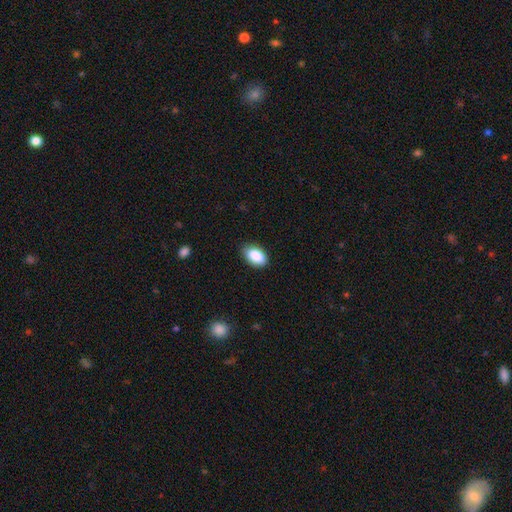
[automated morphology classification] smooth 88%, star or artifact 7%, featured or disk 5%. Down the decision tree: how rounded — in between (93%); merging — none (84%).